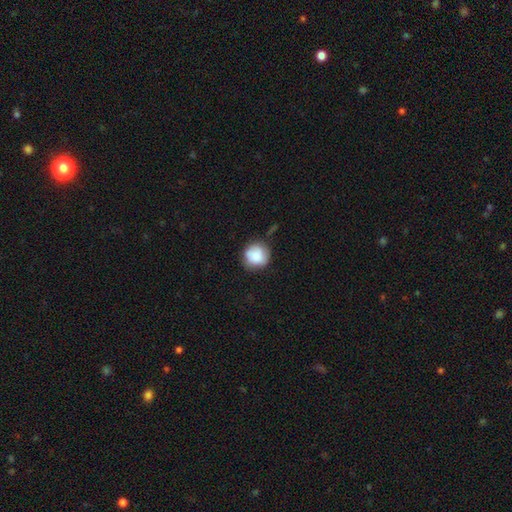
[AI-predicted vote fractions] A smooth galaxy with no disk features (79%) that is round (90%). Merging: none (70%).